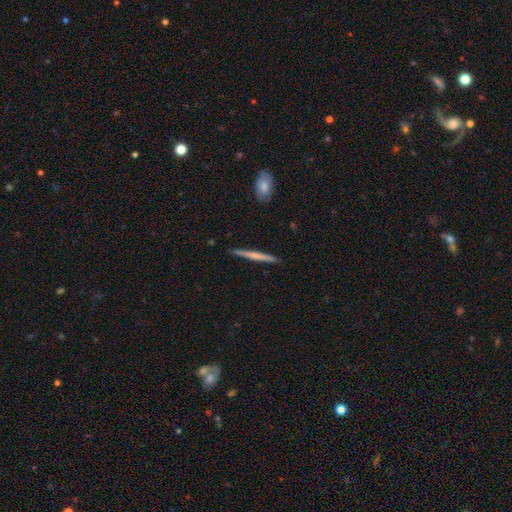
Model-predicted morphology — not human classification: smooth-or-featured: smooth: 51% | featured or disk: 44% | star or artifact: 5%
  how-rounded: cigar-shaped: 96% | in between: 2% | round: 2%
  merging: none: 91% | minor disturbance: 6% | major disturbance: 1% | merger: 1%